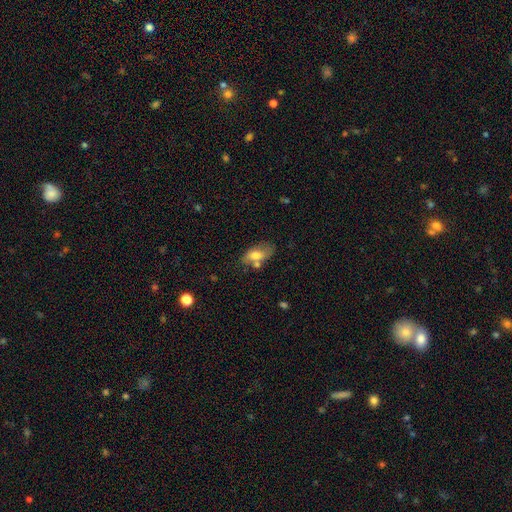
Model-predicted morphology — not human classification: A smooth galaxy with no disk features (69%) that is in between round and cigar-shaped (88%).

Vote fractions:
- Smooth or featured? smooth: 69% / featured or disk: 23% / star or artifact: 8%
- How rounded? in between: 88% / cigar-shaped: 6% / round: 6%
- Merging? none: 50% / minor disturbance: 23% / merger: 18% / major disturbance: 9%